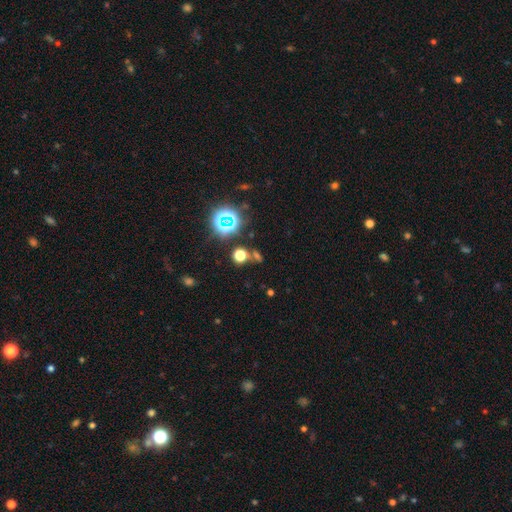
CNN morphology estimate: smooth_or_featured: star or artifact (p=0.56) [alt: smooth p=0.35]